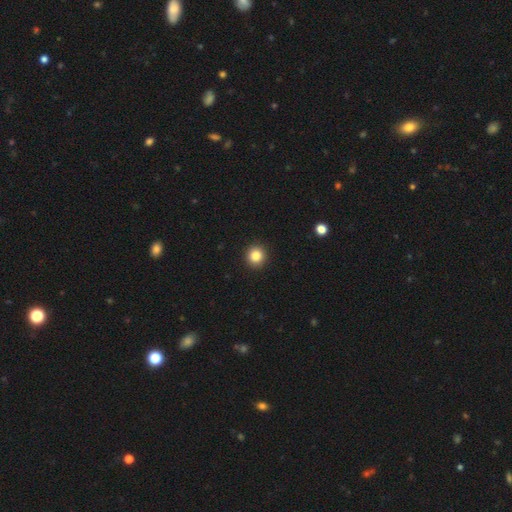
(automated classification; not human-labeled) smooth 85%, star or artifact 10%, featured or disk 5%. Down the decision tree: how rounded — round (92%); merging — none (93%).